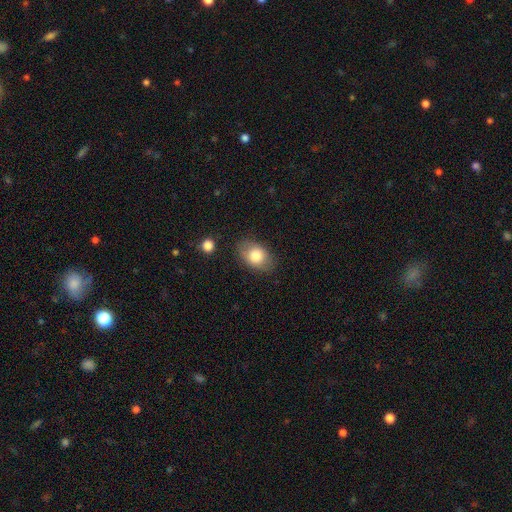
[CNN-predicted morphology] Smooth or featured: smooth — 79% (featured or disk — 14%)
How rounded: in between — 81% (round — 18%)
Merging: none — 80% (minor disturbance — 14%)